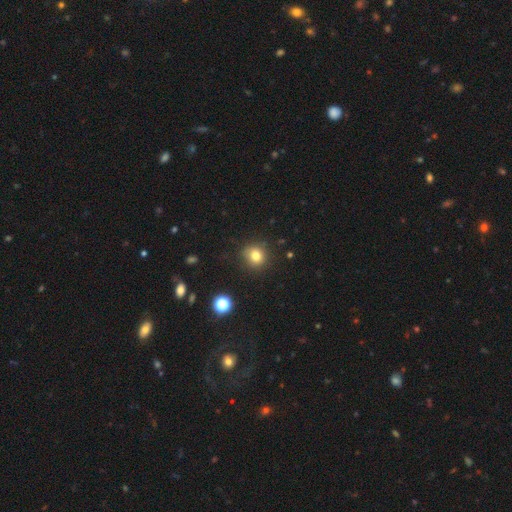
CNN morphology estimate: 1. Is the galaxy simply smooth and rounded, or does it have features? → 78% smooth, 14% star or artifact, 8% featured or disk.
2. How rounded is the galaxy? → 86% round, 13% in between, 1% cigar-shaped.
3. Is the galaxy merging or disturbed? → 86% none, 10% minor disturbance, 3% major disturbance, 2% merger.